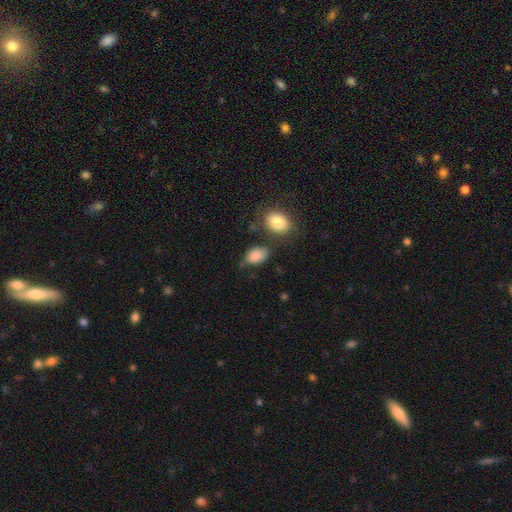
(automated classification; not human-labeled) A smooth galaxy with no disk features (86%) that is in between round and cigar-shaped (88%). Merging: none (63%).